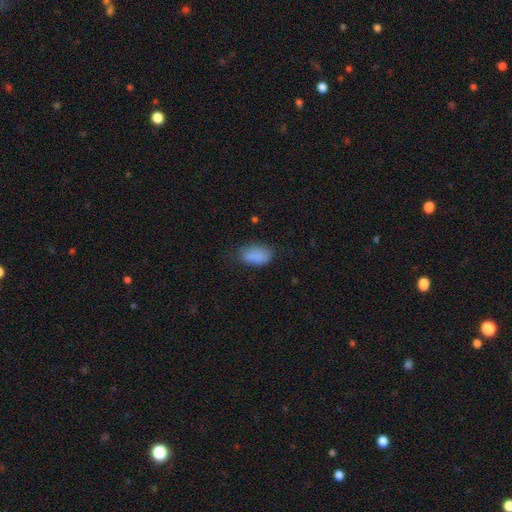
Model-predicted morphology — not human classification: Smooth or featured: smooth — 86% (star or artifact — 8%)
How rounded: in between — 92% (round — 5%)
Merging: none — 65% (minor disturbance — 26%)